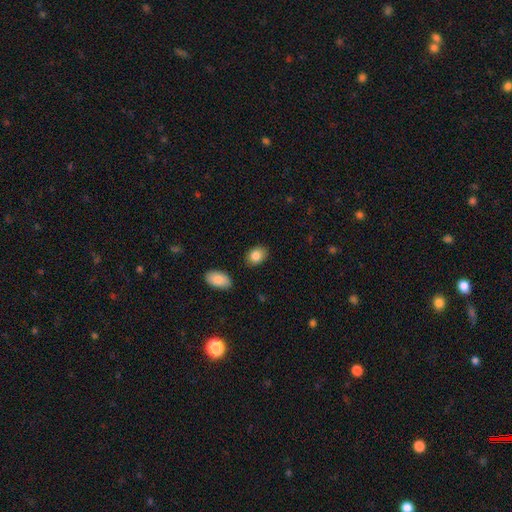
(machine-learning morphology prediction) Smooth or featured: smooth — 85% (star or artifact — 8%)
How rounded: in between — 72% (round — 27%)
Merging: none — 85% (minor disturbance — 10%)